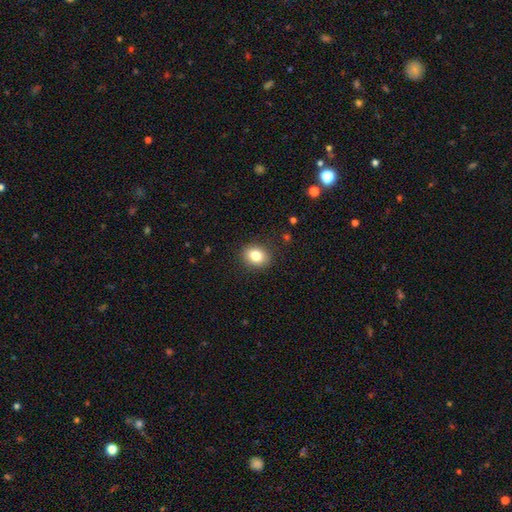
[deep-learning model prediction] Smooth or featured? Predicted: smooth (p=0.82). How rounded? Predicted: round (p=0.56). Merging? Predicted: none (p=0.88).